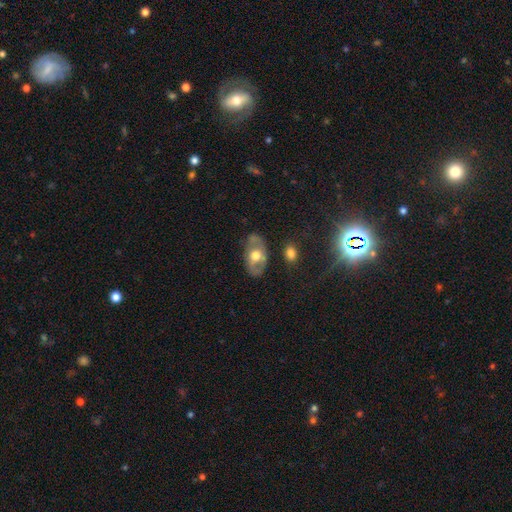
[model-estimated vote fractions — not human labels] This is possibly a featured or disk galaxy (55%). It is clearly not viewed edge-on (88%). Merging: likely none (70%).